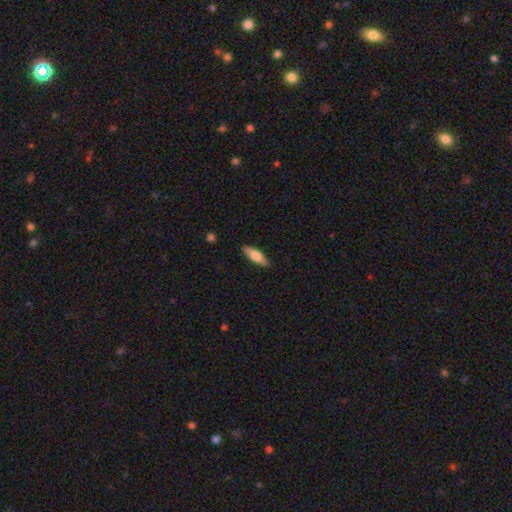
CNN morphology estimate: This is likely a smooth galaxy (68%). How rounded: possibly in between (58%). Merging: clearly none (87%).